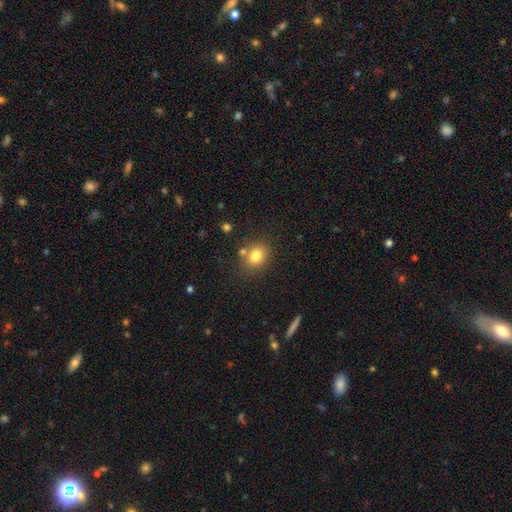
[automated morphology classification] Smooth or featured? smooth (80%)
How rounded? round (58%)
Merging? none (72%)